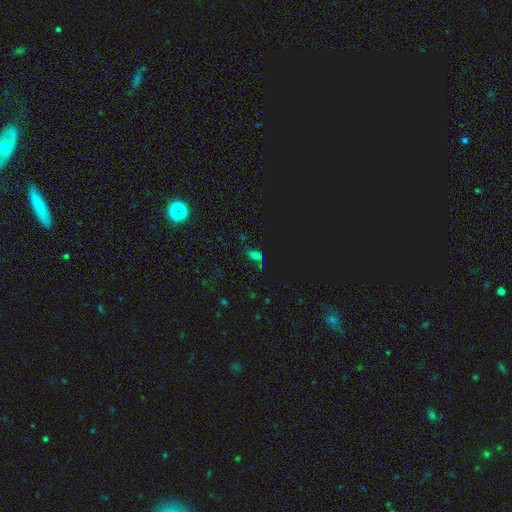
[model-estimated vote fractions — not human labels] Smooth or featured: smooth — 54% (star or artifact — 39%)
How rounded: in between — 83% (round — 13%)
Merging: none — 60% (minor disturbance — 22%)